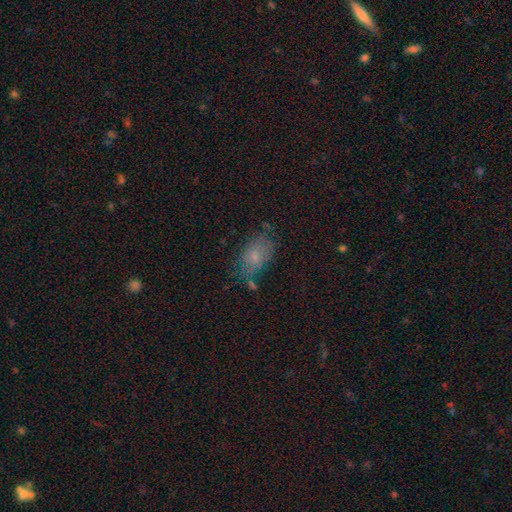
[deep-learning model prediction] Smooth or featured? Predicted: smooth (p=0.71). How rounded? Predicted: in between (p=0.88). Merging? Predicted: none (p=0.57).